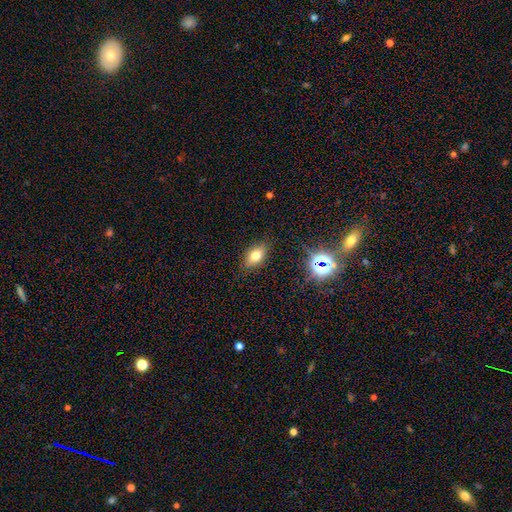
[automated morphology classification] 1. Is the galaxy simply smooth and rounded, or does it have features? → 71% smooth, 15% featured or disk, 14% star or artifact.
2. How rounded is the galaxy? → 84% in between, 10% round, 6% cigar-shaped.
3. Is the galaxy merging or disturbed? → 85% none, 11% minor disturbance, 3% major disturbance, 1% merger.